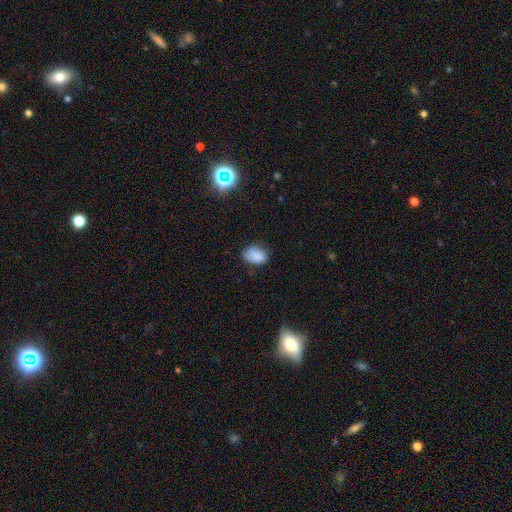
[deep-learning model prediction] This appears to be a smooth galaxy with no disk features (85%) that is in between round and cigar-shaped (83%). Merging: none (69%).